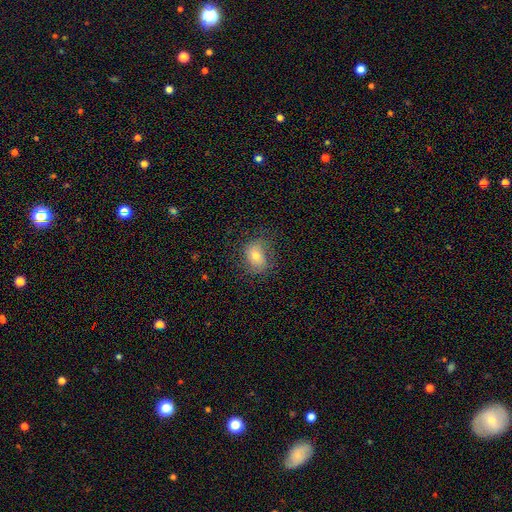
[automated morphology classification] Smooth or featured? Predicted: smooth (p=0.66). How rounded? Predicted: in between (p=0.63). Merging? Predicted: none (p=0.70).